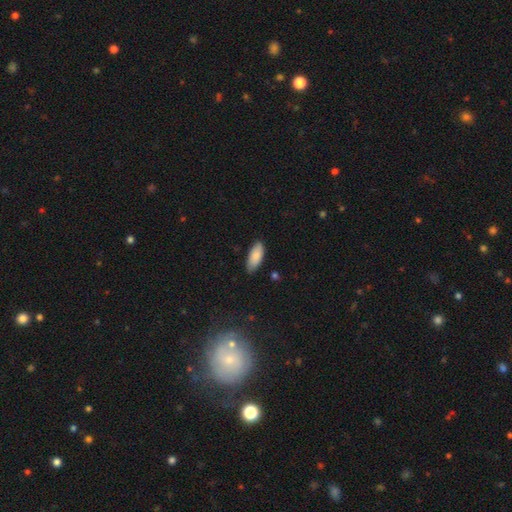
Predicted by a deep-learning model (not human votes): Smooth or featured: smooth — 86% (featured or disk — 8%)
How rounded: in between — 82% (cigar-shaped — 16%)
Merging: none — 84% (minor disturbance — 13%)